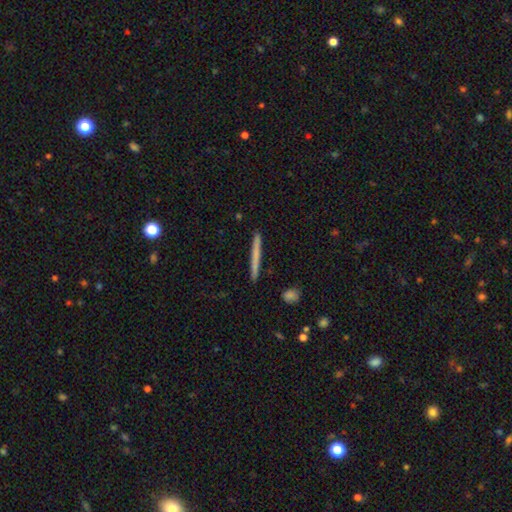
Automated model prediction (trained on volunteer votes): Smooth or featured?
  - smooth: 60% *
  - featured or disk: 34%
  - star or artifact: 6%
How rounded?
  - cigar-shaped: 97% *
  - in between: 2%
  - round: 2%
Merging?
  - none: 92% *
  - minor disturbance: 5%
  - merger: 1%
  - major disturbance: 1%